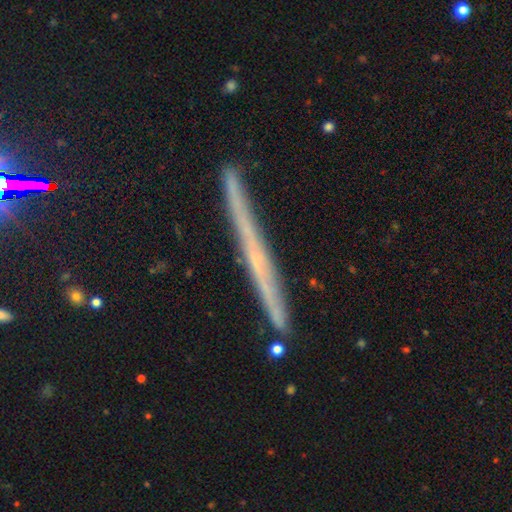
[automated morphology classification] This appears to be a featured or disk galaxy (65%) viewed edge-on (97%) with no central bulge (76%). Merging: none (85%).